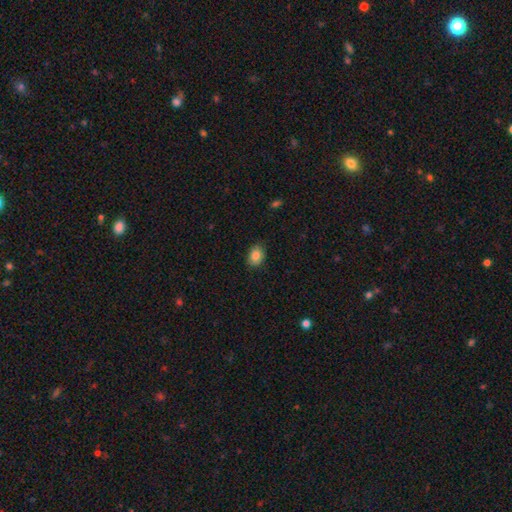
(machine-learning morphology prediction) Q: Smooth or featured?
A: smooth (85%); runner-up: star or artifact (8%)
Q: How rounded?
A: in between (73%); runner-up: round (26%)
Q: Merging?
A: none (84%); runner-up: minor disturbance (13%)